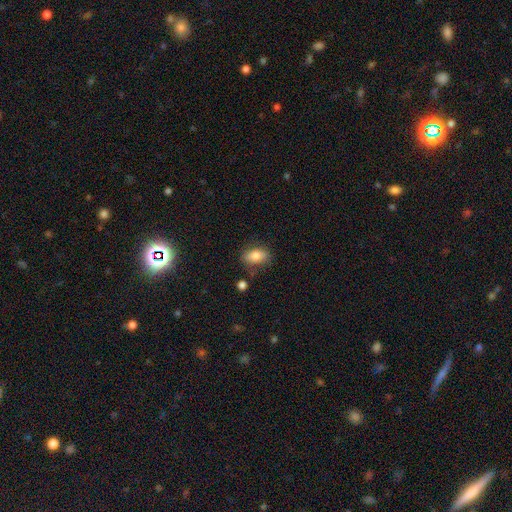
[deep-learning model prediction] smooth 81%, featured or disk 11%, star or artifact 8%. Down the decision tree: how rounded — in between (89%); merging — none (76%).